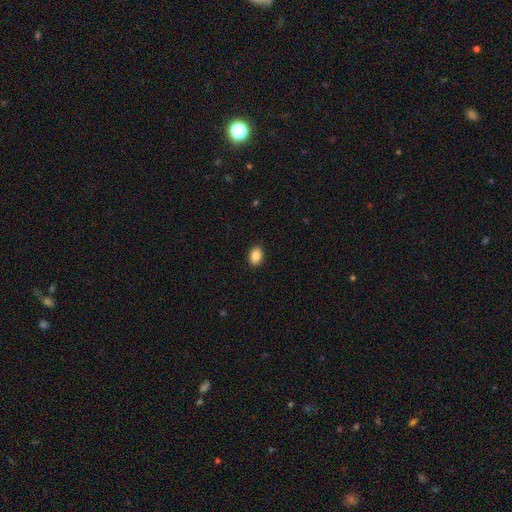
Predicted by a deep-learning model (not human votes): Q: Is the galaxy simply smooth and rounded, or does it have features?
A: smooth — 87%.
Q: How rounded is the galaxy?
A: in between — 77%.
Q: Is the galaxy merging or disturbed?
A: none — 89%.